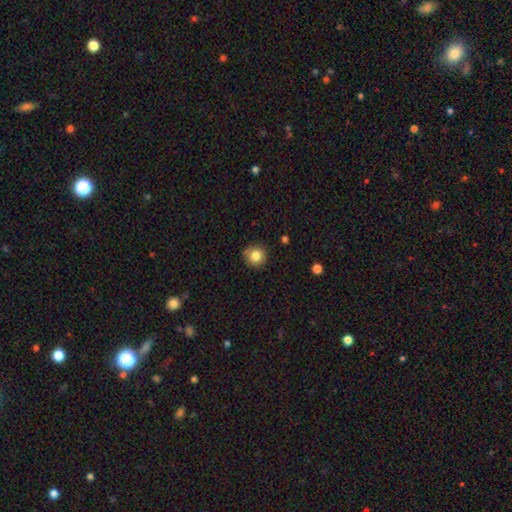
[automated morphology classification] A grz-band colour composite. It shows a smooth galaxy with no disk features (82%) that is round (92%). Merging: none (84%).